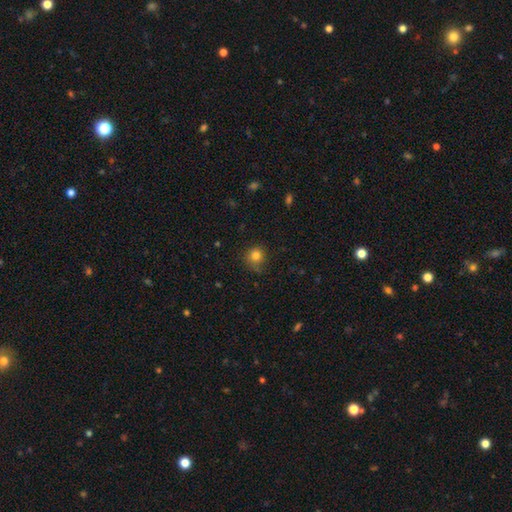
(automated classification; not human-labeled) Overall: smooth (81%). How rounded: round (90%). Merging: none (72%).